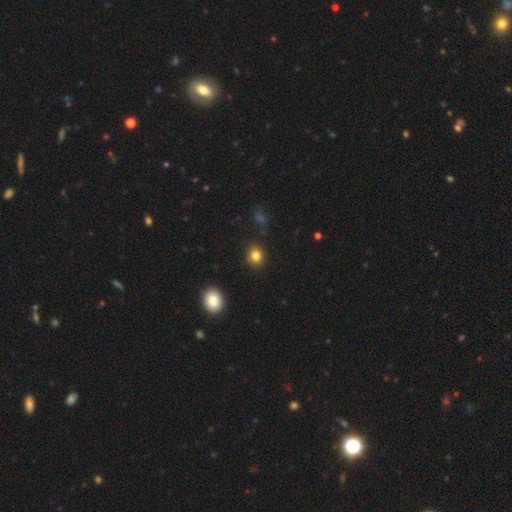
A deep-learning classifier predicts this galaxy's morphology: The model was most divided on "how rounded": round: 75%, in between: 24%, cigar-shaped: 1%. More confident: merging — none (89%); smooth or featured — smooth (83%).